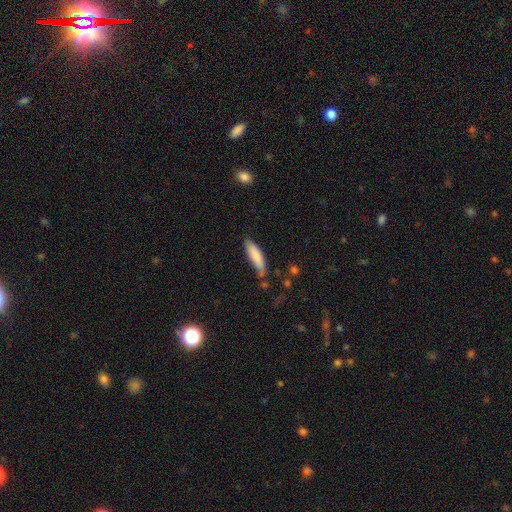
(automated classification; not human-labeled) smooth-or-featured: smooth: 82% | featured or disk: 12% | star or artifact: 6%
  how-rounded: cigar-shaped: 59% | in between: 40% | round: 1%
  merging: none: 66% | minor disturbance: 24% | major disturbance: 5% | merger: 4%